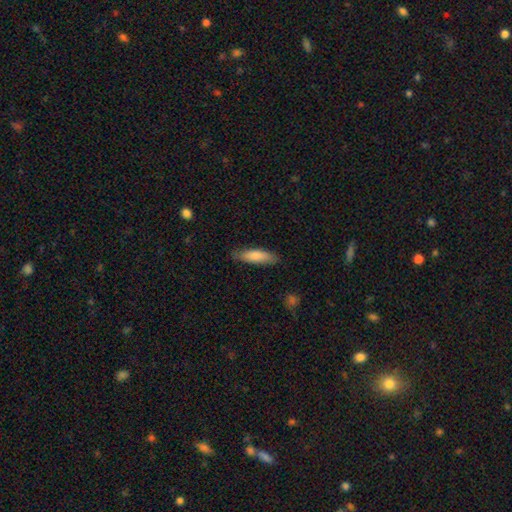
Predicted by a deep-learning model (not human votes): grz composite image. It shows a smooth galaxy with no disk features (80%) that is cigar-shaped (61%). Merging: none (83%).